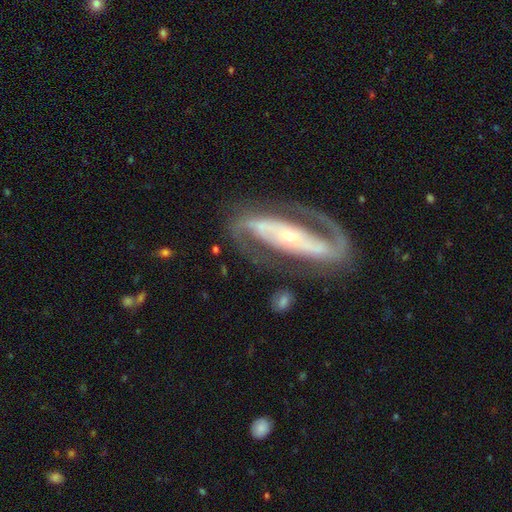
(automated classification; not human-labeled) smooth_or_featured: featured or disk (p=0.89) [alt: smooth p=0.06]
disk_edge_on: no (p=0.90) [alt: yes p=0.10]
bar: strong (p=0.63) [alt: no p=0.19]
has_spiral_arms: yes (p=0.94) [alt: no p=0.06]
spiral_winding: medium (p=0.45) [alt: tight p=0.36]
spiral_arm_count: 2 (p=0.90) [alt: can't tell p=0.04]
bulge_size: small (p=0.63) [alt: moderate p=0.33]
merging: none (p=0.76) [alt: minor disturbance p=0.14]